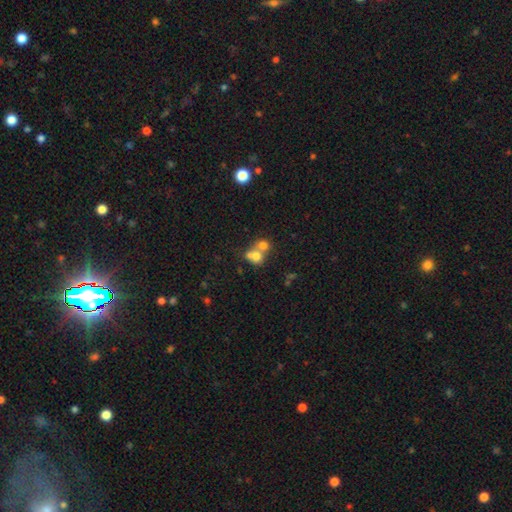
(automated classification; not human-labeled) Smooth or featured? Predicted: smooth (p=0.67). How rounded? Predicted: round (p=0.71). Merging? Predicted: merger (p=0.66).